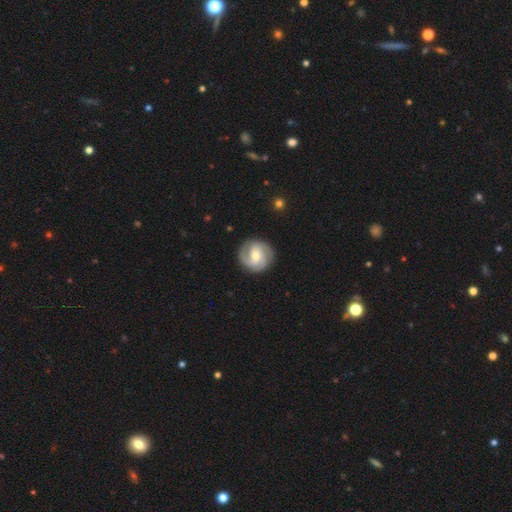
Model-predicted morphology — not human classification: Smooth or featured: featured or disk — 81% (smooth — 14%)
Edge-on disk: no — 98% (yes — 2%)
Bar: weak — 44% (no — 43%)
Spiral arms: yes — 96% (no — 4%)
Spiral winding: tight — 48% (medium — 40%)
Spiral arm count: 2 — 40% (3 — 36%)
Bulge size: moderate — 63% (small — 32%)
Merging: none — 85% (minor disturbance — 10%)